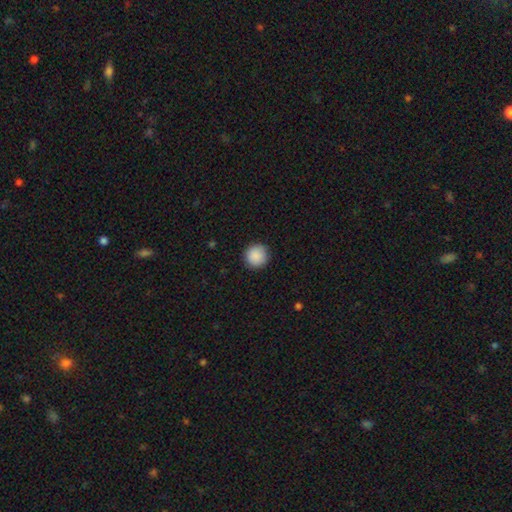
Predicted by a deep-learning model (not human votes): Smooth or featured? Predicted: smooth (p=0.90). How rounded? Predicted: round (p=0.95). Merging? Predicted: none (p=0.91).